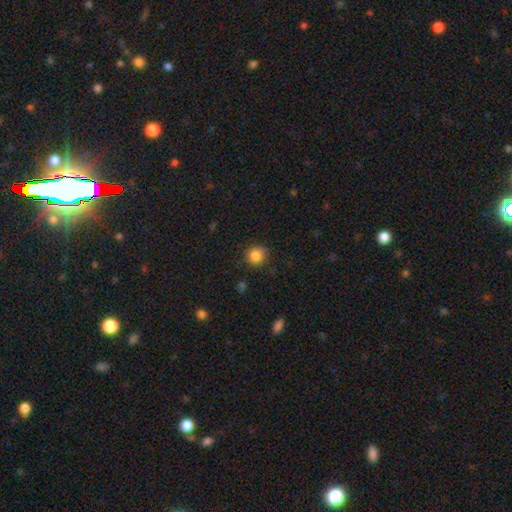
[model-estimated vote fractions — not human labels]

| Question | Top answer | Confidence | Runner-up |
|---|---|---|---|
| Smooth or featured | smooth | 85% | star or artifact (10%) |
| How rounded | round | 88% | in between (11%) |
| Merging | none | 79% | minor disturbance (16%) |